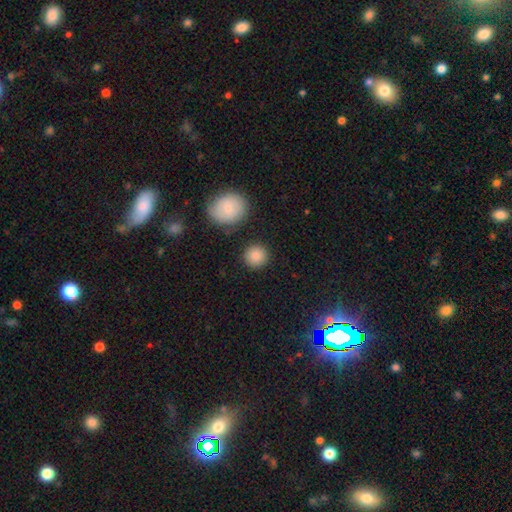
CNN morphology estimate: smooth 86%, star or artifact 8%, featured or disk 6%. Down the decision tree: how rounded — round (94%); merging — none (87%).